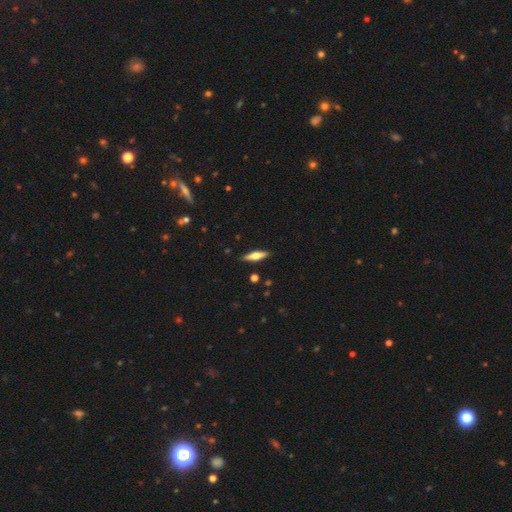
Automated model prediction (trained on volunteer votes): Smooth or featured: featured or disk — 49% (smooth — 45%)
Merging: none — 89% (minor disturbance — 8%)